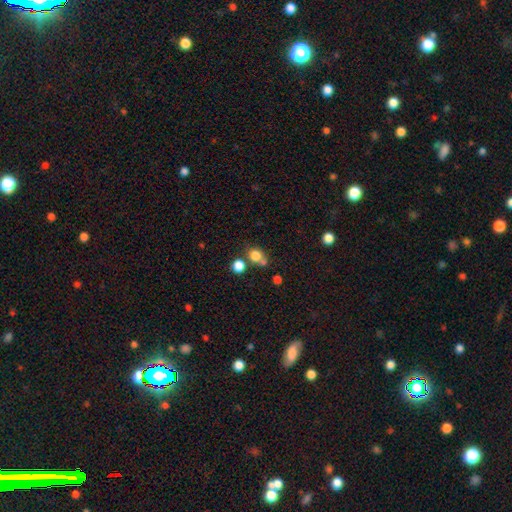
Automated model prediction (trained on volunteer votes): A smooth galaxy with no disk features (78%) that is round (79%).

Vote fractions:
- Smooth or featured? smooth: 78% / star or artifact: 14% / featured or disk: 8%
- How rounded? round: 79% / in between: 20% / cigar-shaped: 1%
- Merging? none: 54% / merger: 30% / minor disturbance: 10% / major disturbance: 5%